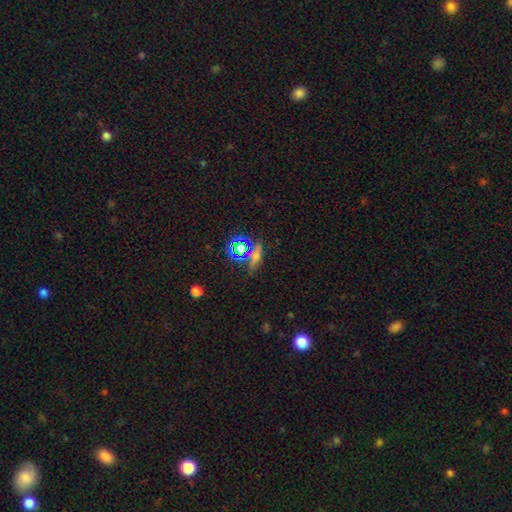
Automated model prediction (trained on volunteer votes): A smooth galaxy with no disk features (49%). Merging: none (74%).